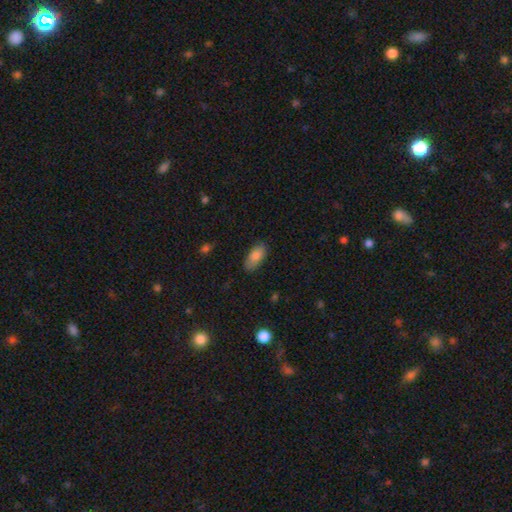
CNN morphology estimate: This is clearly a smooth galaxy (84%). How rounded: clearly in between (89%). Merging: likely none (79%).